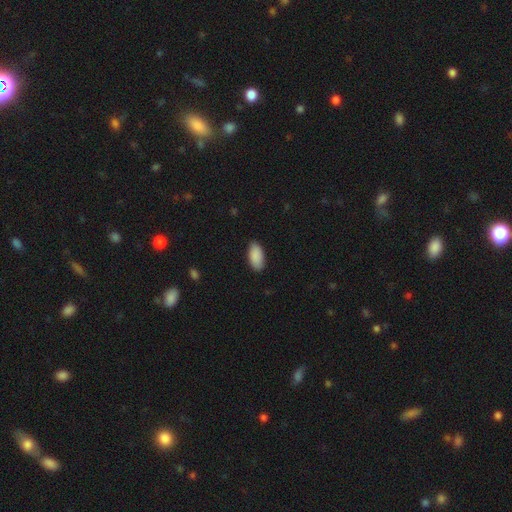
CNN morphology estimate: smooth 90%, star or artifact 6%, featured or disk 4%. Down the decision tree: how rounded — in between (94%); merging — none (86%).